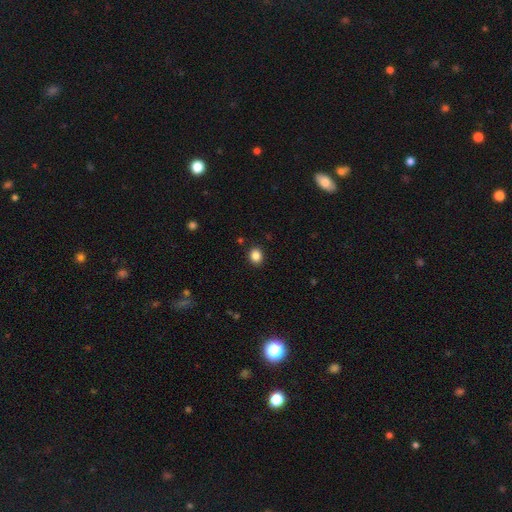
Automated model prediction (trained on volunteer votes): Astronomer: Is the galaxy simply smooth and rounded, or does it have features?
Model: smooth — 86%.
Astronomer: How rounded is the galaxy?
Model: round — 74%.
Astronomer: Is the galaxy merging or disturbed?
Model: none — 91%.